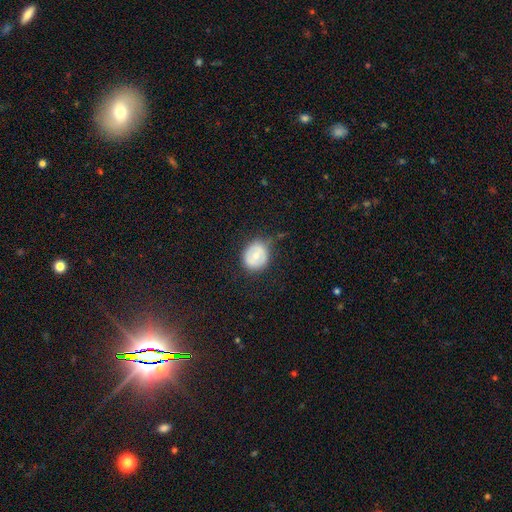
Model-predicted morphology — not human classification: Q: Smooth or featured?
A: smooth (58%); runner-up: featured or disk (34%)
Q: How rounded?
A: round (78%); runner-up: in between (21%)
Q: Merging?
A: none (65%); runner-up: minor disturbance (25%)